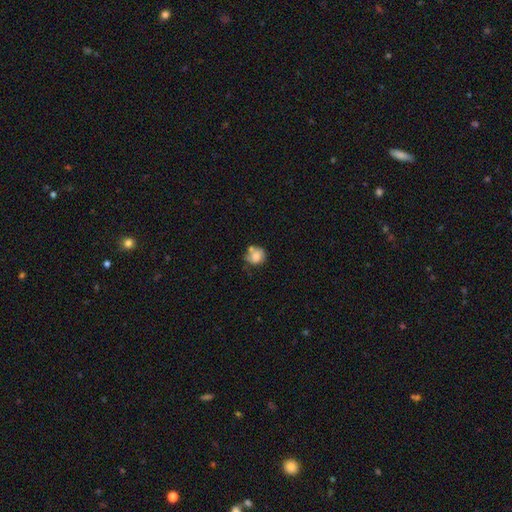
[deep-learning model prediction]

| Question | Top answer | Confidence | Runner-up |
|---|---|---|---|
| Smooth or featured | smooth | 75% | featured or disk (16%) |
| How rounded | round | 76% | in between (23%) |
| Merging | none | 47% | merger (23%) |